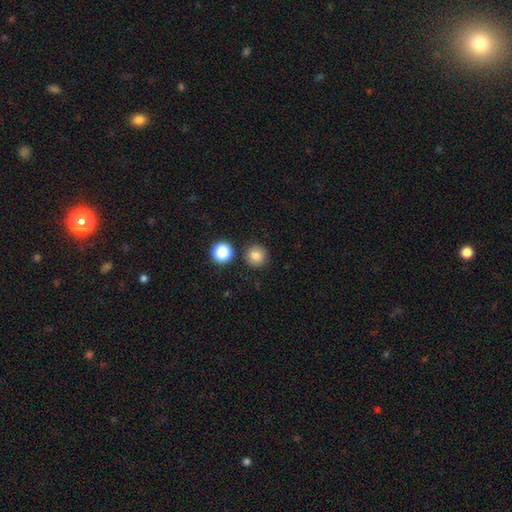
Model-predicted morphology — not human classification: Smooth or featured?
  - smooth: 82% *
  - star or artifact: 13%
  - featured or disk: 6%
How rounded?
  - round: 95% *
  - in between: 4%
  - cigar-shaped: 1%
Merging?
  - none: 87% *
  - minor disturbance: 6%
  - merger: 5%
  - major disturbance: 2%